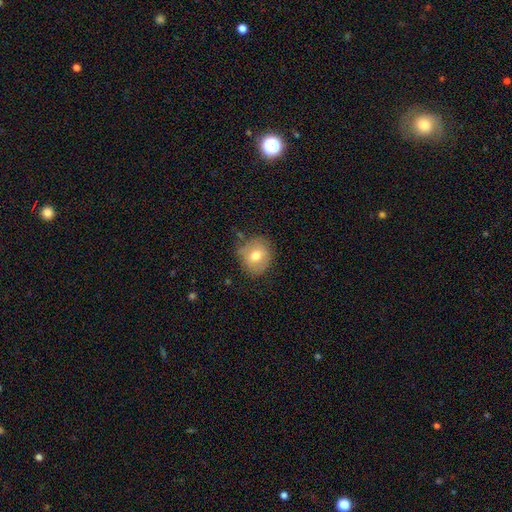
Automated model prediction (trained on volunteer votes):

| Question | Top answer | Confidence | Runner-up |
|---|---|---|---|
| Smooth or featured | smooth | 72% | featured or disk (19%) |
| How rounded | round | 80% | in between (19%) |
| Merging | none | 72% | minor disturbance (20%) |